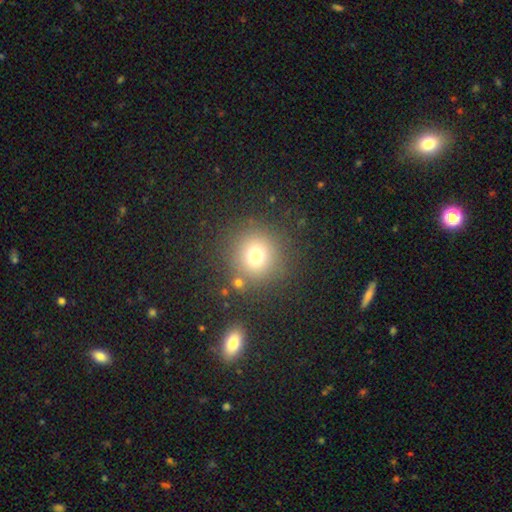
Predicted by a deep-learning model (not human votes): Overall: smooth (72%). How rounded: round (93%). Merging: none (83%).